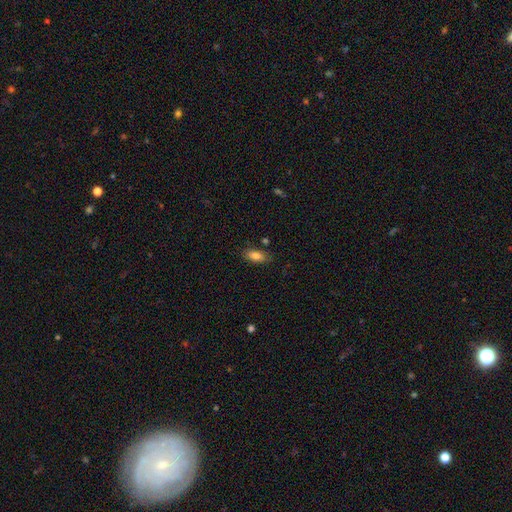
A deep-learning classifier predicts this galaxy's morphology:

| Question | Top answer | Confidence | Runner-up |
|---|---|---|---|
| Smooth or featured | smooth | 82% | featured or disk (10%) |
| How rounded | in between | 83% | cigar-shaped (14%) |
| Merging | none | 78% | minor disturbance (15%) |